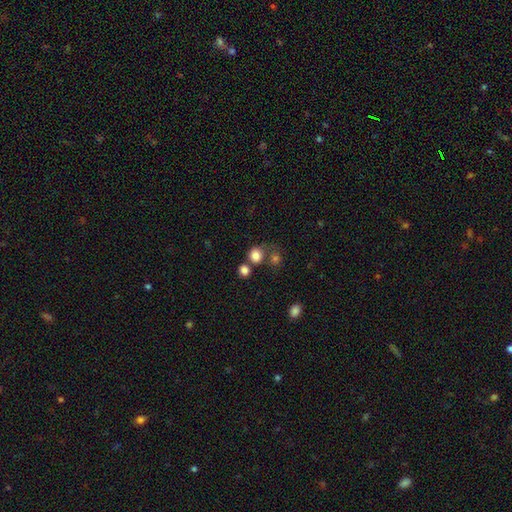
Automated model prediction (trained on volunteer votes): Smooth or featured?
  - smooth: 82% *
  - star or artifact: 12%
  - featured or disk: 6%
How rounded?
  - round: 80% *
  - in between: 19%
  - cigar-shaped: 1%
Merging?
  - none: 55% *
  - merger: 26%
  - minor disturbance: 12%
  - major disturbance: 7%